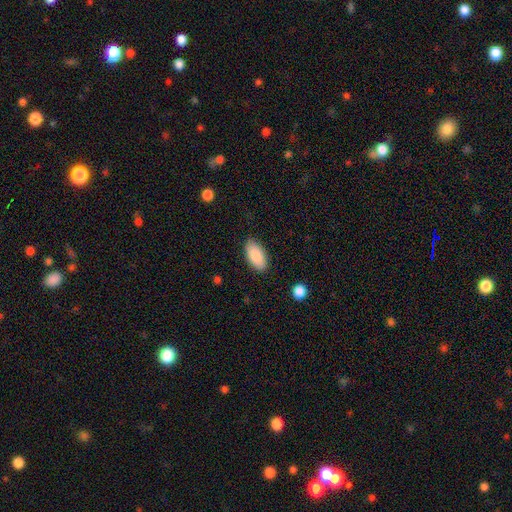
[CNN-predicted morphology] A smooth galaxy with no disk features (88%) that is in between round and cigar-shaped (93%).

Vote fractions:
- Smooth or featured? smooth: 88% / star or artifact: 6% / featured or disk: 6%
- How rounded? in between: 93% / cigar-shaped: 5% / round: 2%
- Merging? none: 86% / minor disturbance: 10% / major disturbance: 2% / merger: 1%